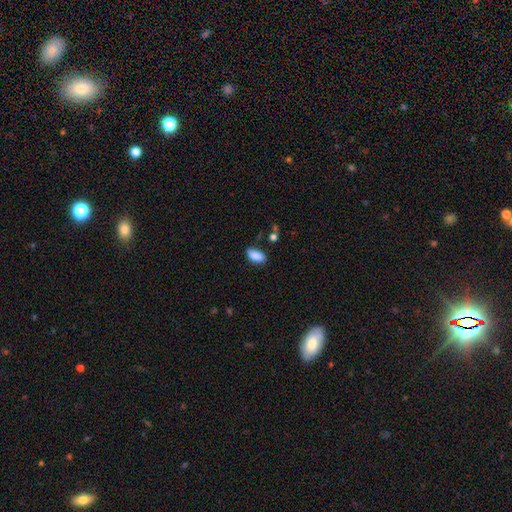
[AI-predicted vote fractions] Q: Smooth or featured?
A: smooth (87%); runner-up: star or artifact (8%)
Q: How rounded?
A: in between (89%); runner-up: cigar-shaped (7%)
Q: Merging?
A: none (75%); runner-up: minor disturbance (18%)